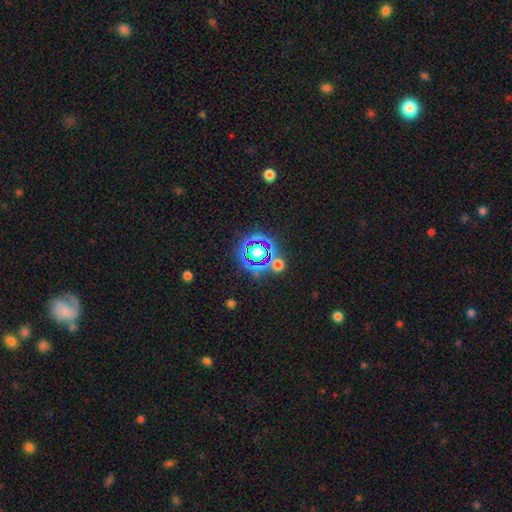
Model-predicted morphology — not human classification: type=star or artifact (77%).